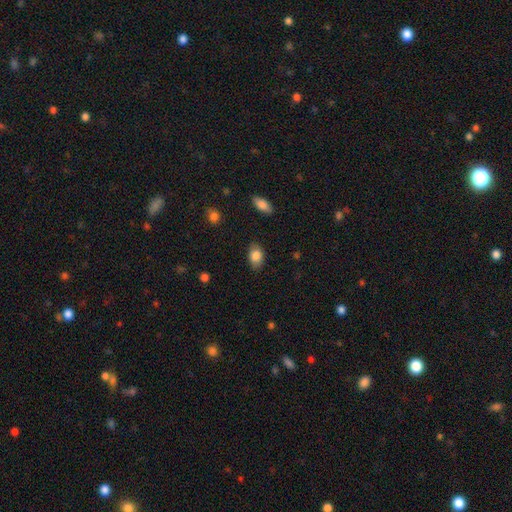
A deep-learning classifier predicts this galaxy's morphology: Smooth or featured? smooth (85%)
How rounded? in between (84%)
Merging? none (83%)